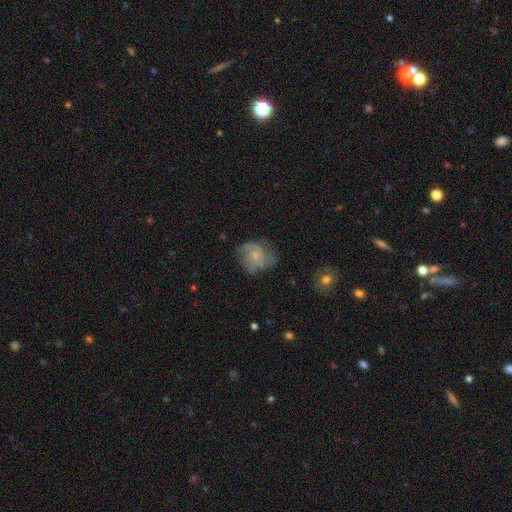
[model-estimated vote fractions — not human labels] A featured or disk galaxy (52%) with no bar (80%), spiral arms (77%) and a small central bulge (65%).

Vote fractions:
- Smooth or featured? featured or disk: 52% / smooth: 40% / star or artifact: 9%
- Edge-on disk? no: 98% / yes: 2%
- Bar? no: 80% / weak: 17% / strong: 2%
- Spiral arms? yes: 77% / no: 23%
- Bulge size? small: 65% / moderate: 22% / none: 11% / large: 2% / dominant: 1%
- Merging? none: 53% / minor disturbance: 28% / major disturbance: 17% / merger: 2%